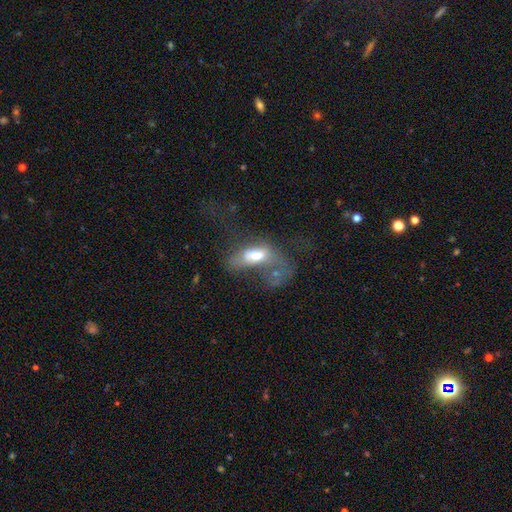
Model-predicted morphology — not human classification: A smooth galaxy with no disk features (50%) that is in between round and cigar-shaped (80%).

Vote fractions:
- Smooth or featured? smooth: 50% / featured or disk: 38% / star or artifact: 11%
- How rounded? in between: 80% / cigar-shaped: 11% / round: 9%
- Merging? major disturbance: 53% / merger: 22% / none: 13% / minor disturbance: 12%